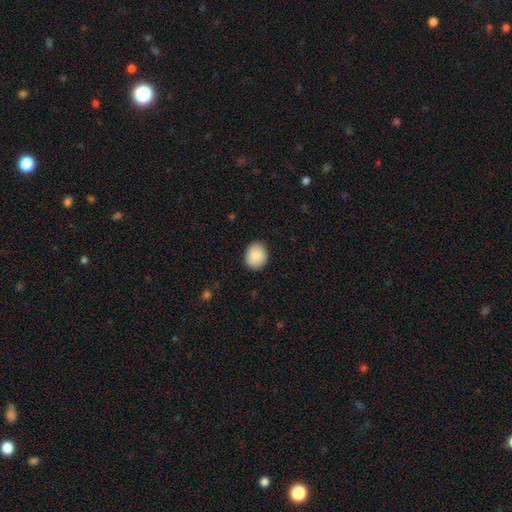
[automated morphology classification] smooth 87%, star or artifact 7%, featured or disk 6%. Down the decision tree: how rounded — round (70%); merging — none (90%).